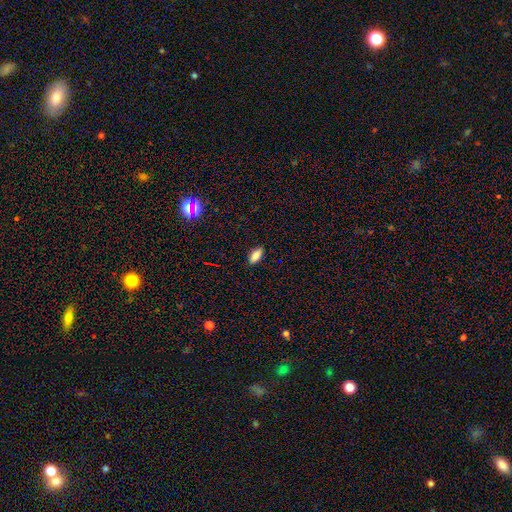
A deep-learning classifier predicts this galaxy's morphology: Q: Smooth or featured?
A: smooth (84%); runner-up: star or artifact (9%)
Q: How rounded?
A: in between (88%); runner-up: cigar-shaped (10%)
Q: Merging?
A: none (89%); runner-up: minor disturbance (8%)